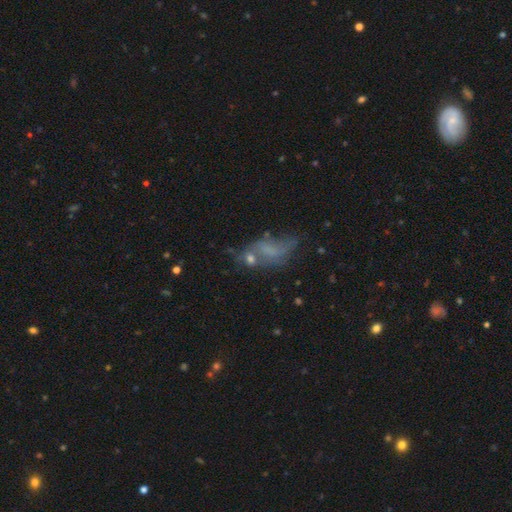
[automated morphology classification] smooth 40%, featured or disk 39%, star or artifact 21%. Down the decision tree: merging — none (32%, tied with major disturbance).